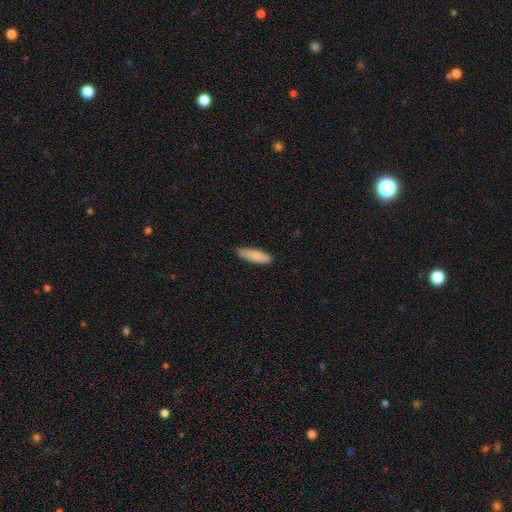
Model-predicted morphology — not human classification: This is clearly a smooth galaxy (86%). How rounded: possibly cigar-shaped (60%). Merging: clearly none (84%).